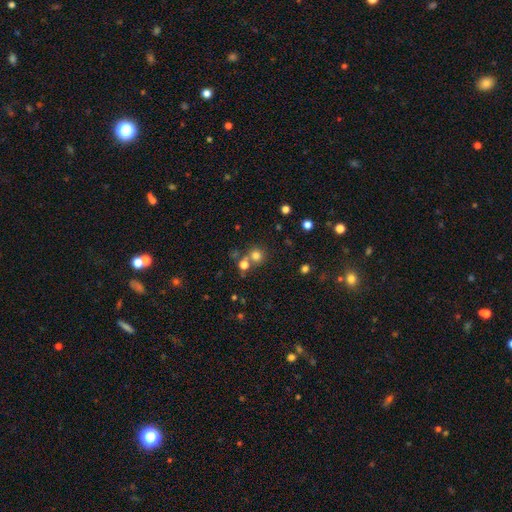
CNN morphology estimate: The model was most divided on "merging": none: 60%, merger: 28%, minor disturbance: 7%, major disturbance: 4%. More confident: how rounded — round (89%); smooth or featured — smooth (74%).